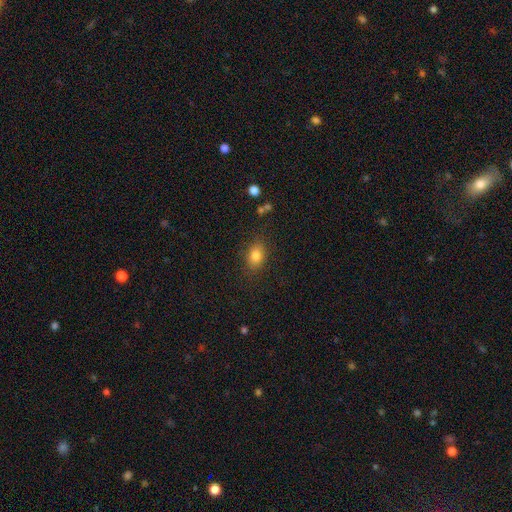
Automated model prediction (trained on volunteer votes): smooth-or-featured: smooth: 81% | star or artifact: 10% | featured or disk: 8%
  how-rounded: in between: 74% | round: 24% | cigar-shaped: 2%
  merging: none: 84% | minor disturbance: 11% | major disturbance: 3% | merger: 1%